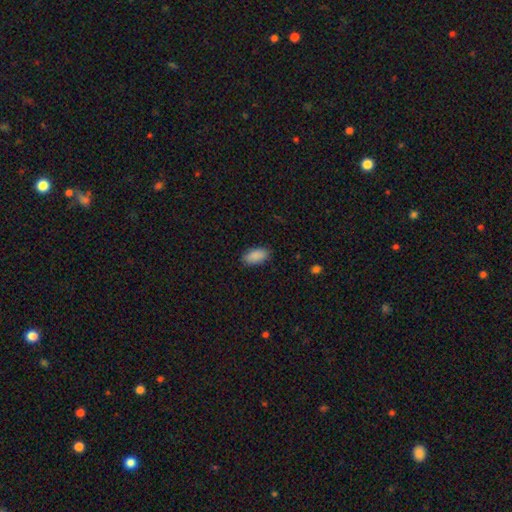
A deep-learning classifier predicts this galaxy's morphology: This is clearly a smooth galaxy (90%). How rounded: clearly in between (92%). Merging: clearly none (86%).